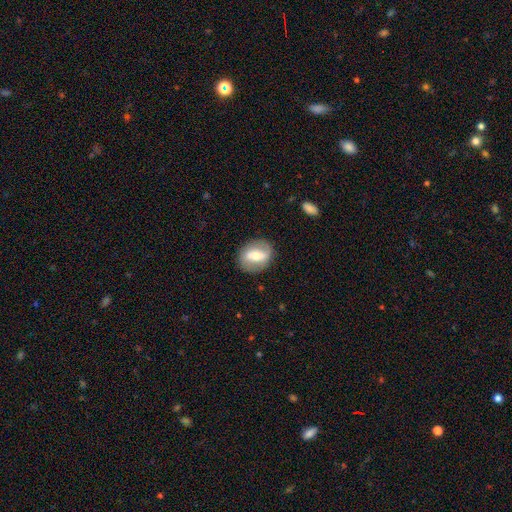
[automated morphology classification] This appears to be a featured or disk galaxy (48%). Merging: none (84%).